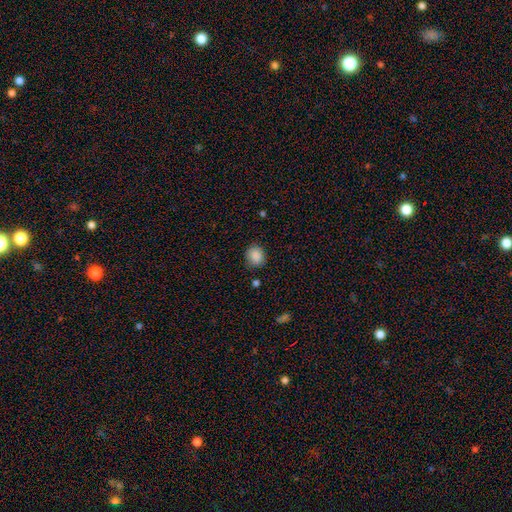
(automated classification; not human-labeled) smooth 88%, star or artifact 9%, featured or disk 3%. Down the decision tree: how rounded — round (69%); merging — none (84%).